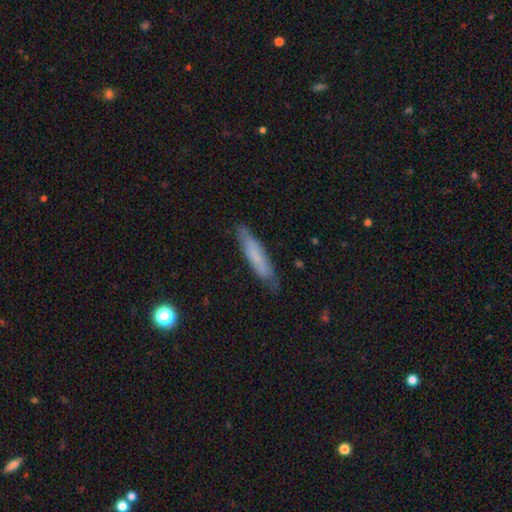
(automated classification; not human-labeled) The model was most divided on "smooth or featured": smooth: 65%, featured or disk: 28%, star or artifact: 7%. More confident: how rounded — cigar-shaped (84%); merging — none (79%).